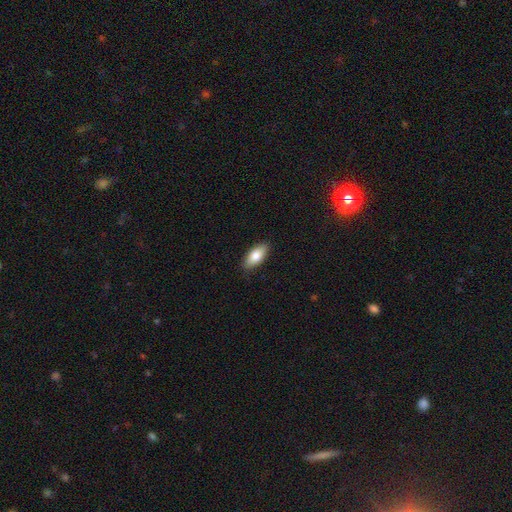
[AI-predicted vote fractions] Morphology: type=smooth (79%); roundness=in between (84%); merging=none (88%).